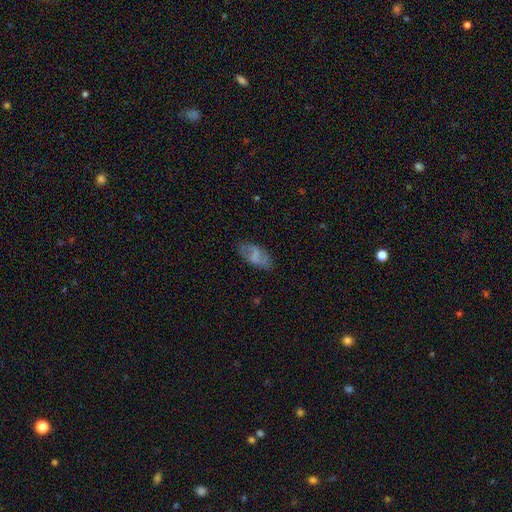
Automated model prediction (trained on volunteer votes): This appears to be a smooth galaxy with no disk features (59%) that is in between round and cigar-shaped (90%). Merging: none (72%).